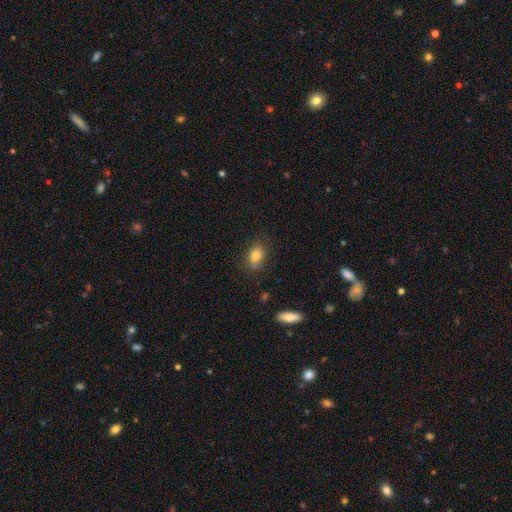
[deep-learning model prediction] A smooth galaxy with no disk features (80%) that is in between round and cigar-shaped (77%). Merging: none (77%).